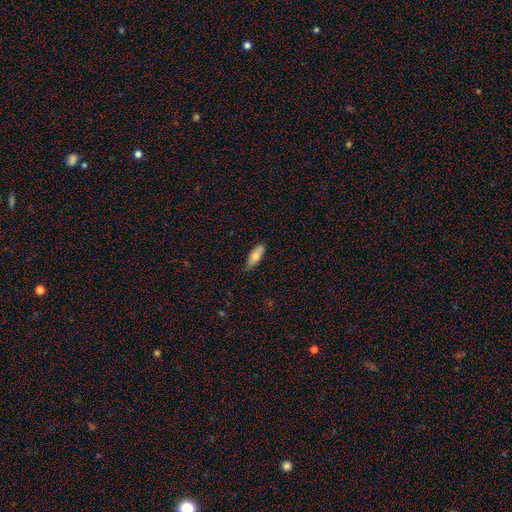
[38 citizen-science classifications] Q: Smooth or featured?
A: smooth (68%); runner-up: featured or disk (24%)
Q: How rounded?
A: in between (73%); runner-up: cigar-shaped (27%)
Q: Merging?
A: none (74%); runner-up: minor disturbance (23%)